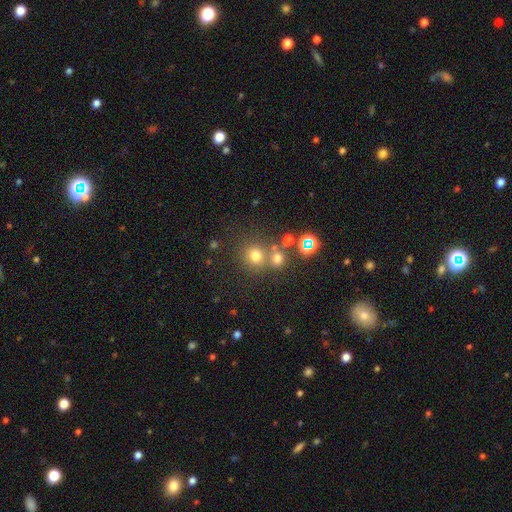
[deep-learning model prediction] smooth_or_featured: smooth (p=0.70) [alt: star or artifact p=0.21]
how_rounded: round (p=0.89) [alt: in between p=0.10]
merging: none (p=0.63) [alt: merger p=0.25]